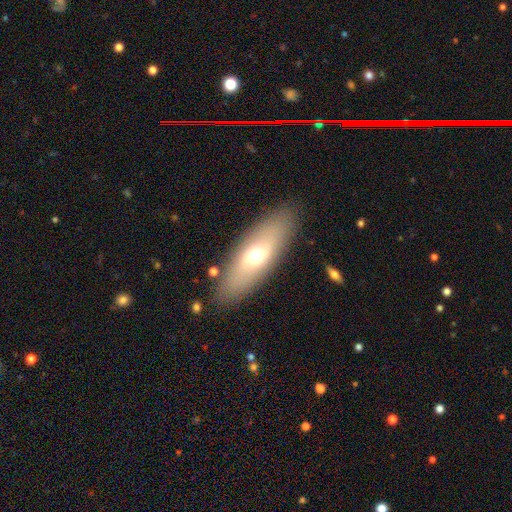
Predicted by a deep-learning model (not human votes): A smooth galaxy with no disk features (57%) that is in between round and cigar-shaped (65%).

Vote fractions:
- Smooth or featured? smooth: 57% / featured or disk: 36% / star or artifact: 7%
- How rounded? in between: 65% / cigar-shaped: 33% / round: 3%
- Merging? none: 86% / minor disturbance: 9% / major disturbance: 3% / merger: 2%